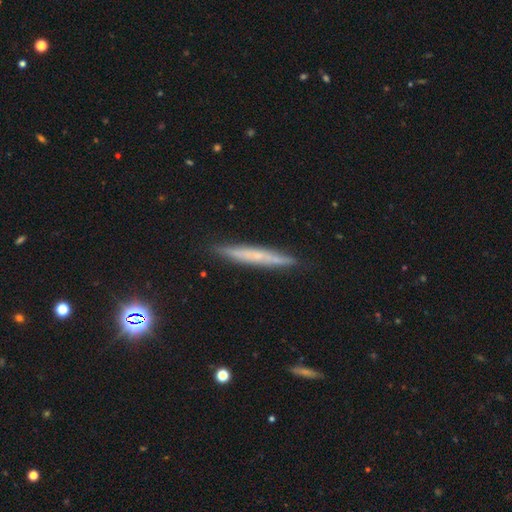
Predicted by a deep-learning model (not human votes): This appears to be a featured or disk galaxy (48%). Merging: none (88%).